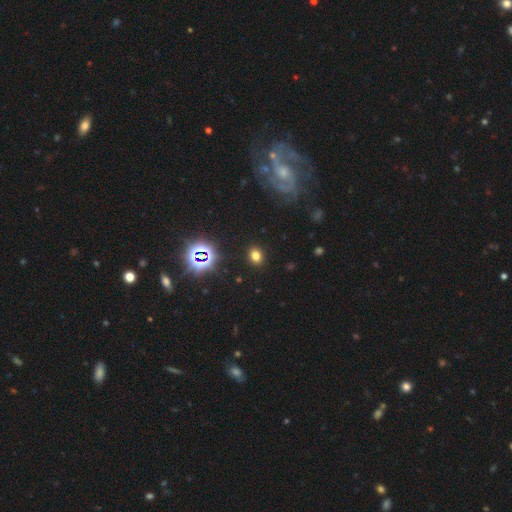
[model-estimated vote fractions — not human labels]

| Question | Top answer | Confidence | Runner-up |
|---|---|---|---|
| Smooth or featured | smooth | 71% | star or artifact (22%) |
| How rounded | in between | 51% | round (48%) |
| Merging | none | 89% | minor disturbance (7%) |